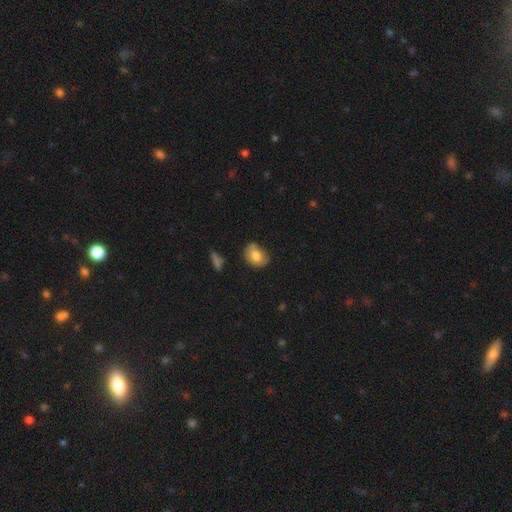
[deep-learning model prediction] The model was most divided on "how rounded": in between: 66%, round: 33%, cigar-shaped: 1%. More confident: smooth or featured — smooth (78%); merging — none (67%).